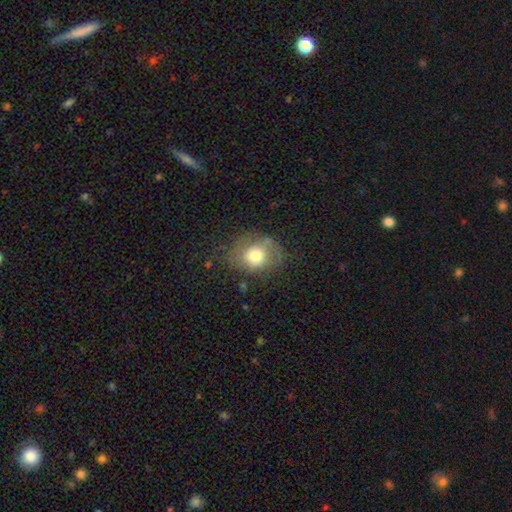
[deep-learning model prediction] The model was most divided on "how rounded": round: 58%, in between: 41%, cigar-shaped: 1%. More confident: smooth or featured — smooth (71%); merging — none (55%).